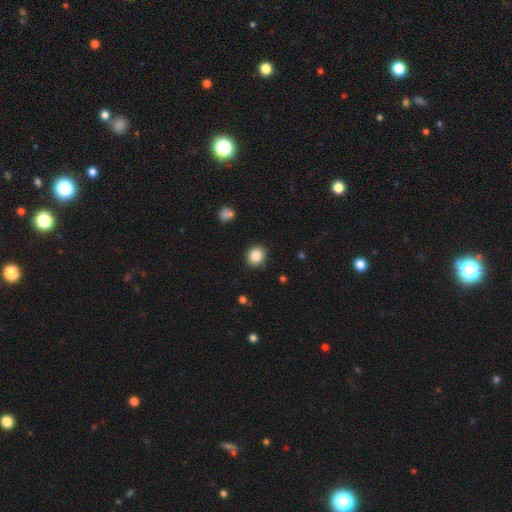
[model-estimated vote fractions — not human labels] Smooth or featured?
  - smooth: 86% *
  - star or artifact: 10%
  - featured or disk: 5%
How rounded?
  - round: 77% *
  - in between: 22%
  - cigar-shaped: 1%
Merging?
  - none: 87% *
  - minor disturbance: 9%
  - major disturbance: 2%
  - merger: 1%